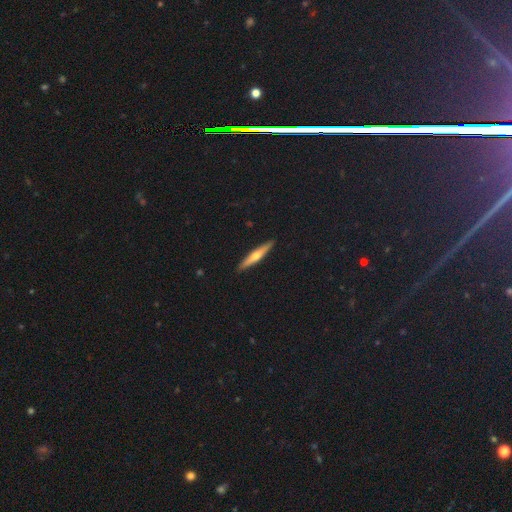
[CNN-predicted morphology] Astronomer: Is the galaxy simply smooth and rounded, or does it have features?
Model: featured or disk — 57% (runner-up: smooth, 38%).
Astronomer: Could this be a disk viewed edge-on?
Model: yes — 96%.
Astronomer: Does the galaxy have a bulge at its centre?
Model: rounded — 86%.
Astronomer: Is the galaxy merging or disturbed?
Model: none — 91%.